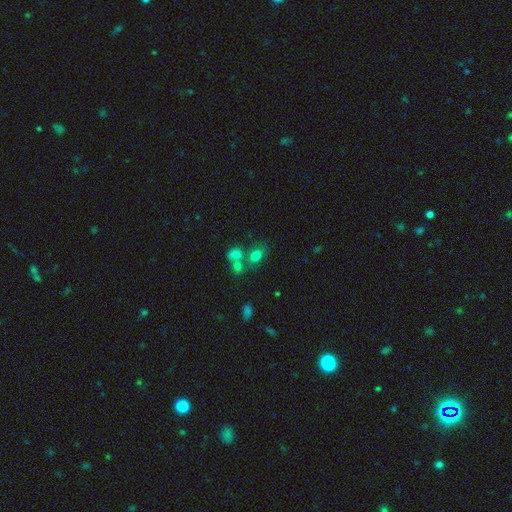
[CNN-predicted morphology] Overall: smooth (73%). How rounded: in between (61%; round 37%). Merging: none (49%; merger 33%).